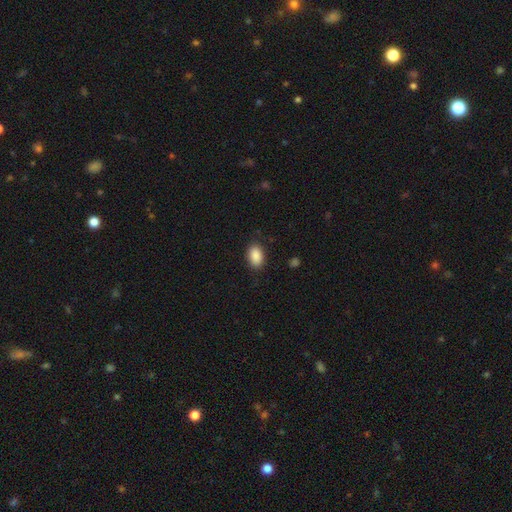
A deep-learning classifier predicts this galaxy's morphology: A smooth galaxy with no disk features (89%) that is in between round and cigar-shaped (89%).

Vote fractions:
- Smooth or featured? smooth: 89% / star or artifact: 7% / featured or disk: 3%
- How rounded? in between: 89% / round: 9% / cigar-shaped: 1%
- Merging? none: 85% / minor disturbance: 11% / major disturbance: 3% / merger: 1%